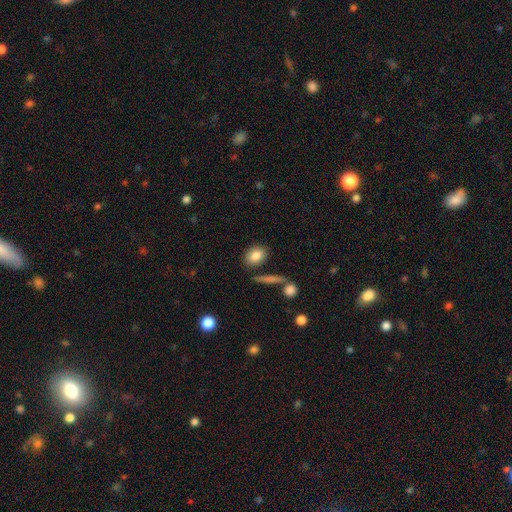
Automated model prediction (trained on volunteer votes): A smooth galaxy with no disk features (83%) that is in between round and cigar-shaped (71%).

Vote fractions:
- Smooth or featured? smooth: 83% / featured or disk: 9% / star or artifact: 7%
- How rounded? in between: 71% / round: 26% / cigar-shaped: 4%
- Merging? none: 78% / minor disturbance: 12% / merger: 7% / major disturbance: 4%